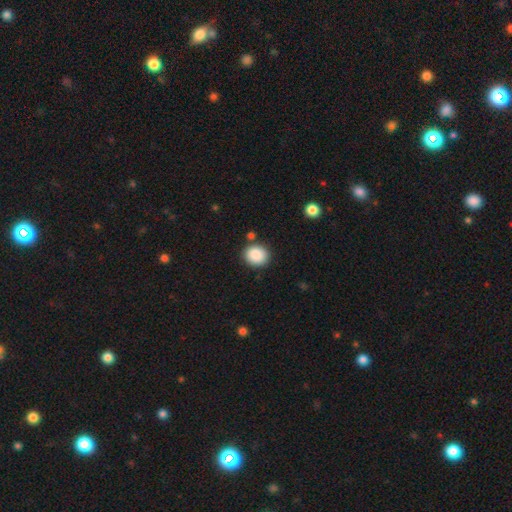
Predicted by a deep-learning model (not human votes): Smooth or featured? Predicted: smooth (p=0.88). How rounded? Predicted: round (p=0.75). Merging? Predicted: none (p=0.84).